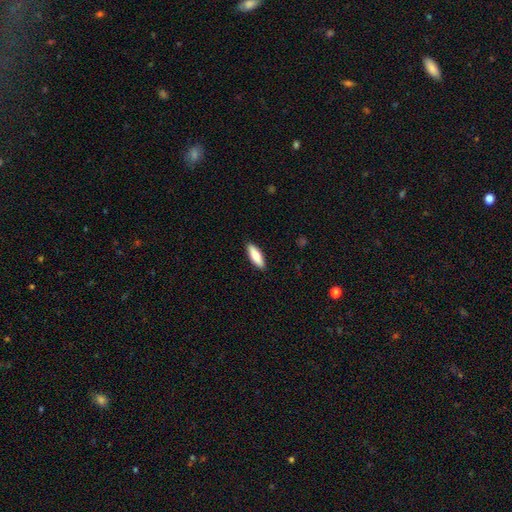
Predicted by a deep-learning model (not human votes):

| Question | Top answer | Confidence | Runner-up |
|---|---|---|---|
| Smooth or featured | smooth | 80% | featured or disk (14%) |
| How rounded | in between | 55% | cigar-shaped (43%) |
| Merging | none | 90% | minor disturbance (7%) |